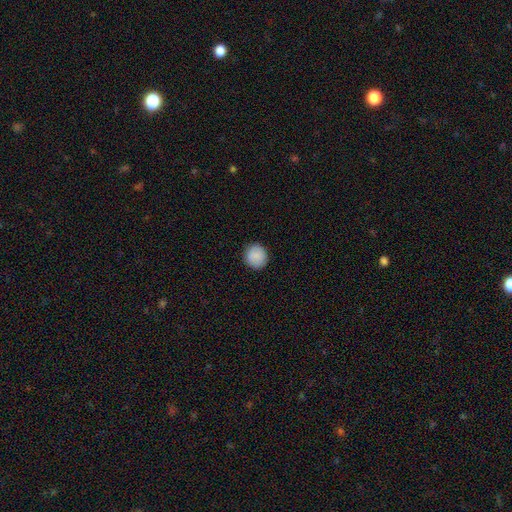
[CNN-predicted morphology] A smooth galaxy with no disk features (88%) that is round (91%).

Vote fractions:
- Smooth or featured? smooth: 88% / star or artifact: 7% / featured or disk: 5%
- How rounded? round: 91% / in between: 8% / cigar-shaped: 1%
- Merging? none: 90% / minor disturbance: 7% / major disturbance: 2% / merger: 1%